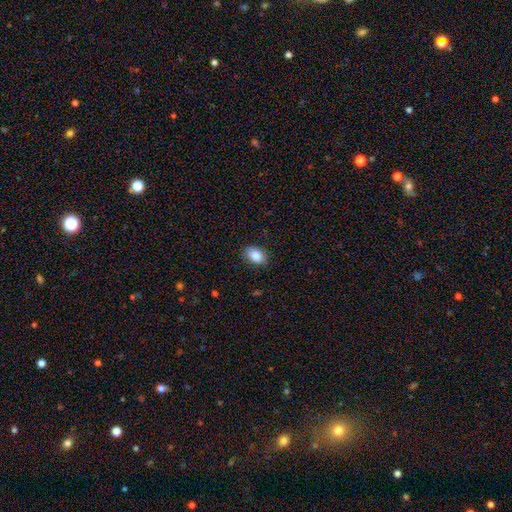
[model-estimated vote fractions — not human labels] smooth 85%, star or artifact 8%, featured or disk 7%. Down the decision tree: how rounded — in between (84%); merging — none (87%).